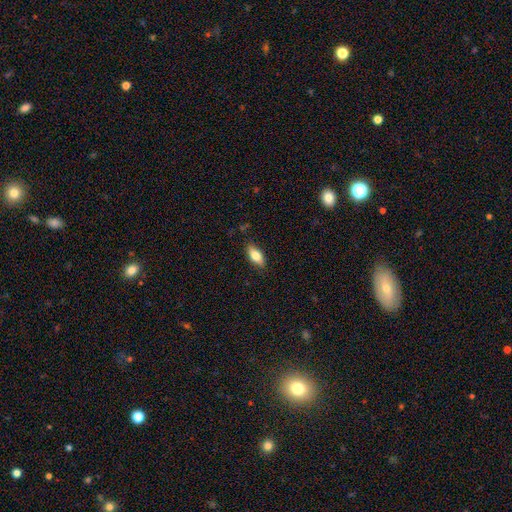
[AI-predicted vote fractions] Smooth or featured: smooth — 77% (featured or disk — 16%)
How rounded: in between — 84% (cigar-shaped — 13%)
Merging: none — 85% (minor disturbance — 12%)